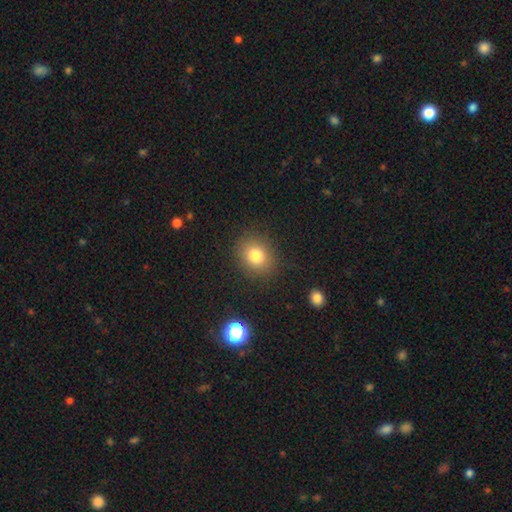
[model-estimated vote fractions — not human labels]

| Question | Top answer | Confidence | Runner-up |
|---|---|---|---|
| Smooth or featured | smooth | 80% | star or artifact (12%) |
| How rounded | round | 66% | in between (33%) |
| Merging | none | 86% | minor disturbance (9%) |